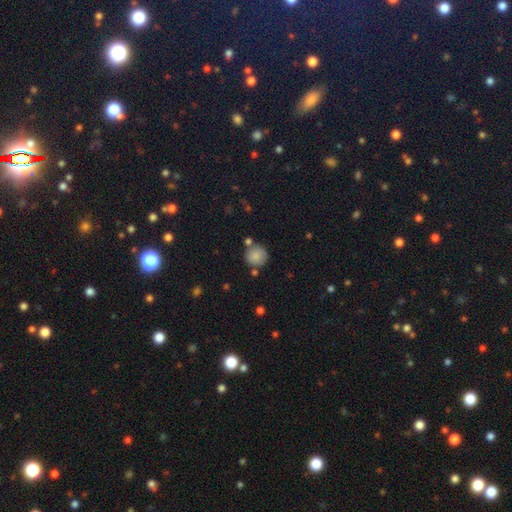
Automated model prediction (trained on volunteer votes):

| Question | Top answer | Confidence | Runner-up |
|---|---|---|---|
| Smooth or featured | smooth | 84% | star or artifact (8%) |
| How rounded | round | 92% | in between (7%) |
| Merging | none | 72% | minor disturbance (13%) |